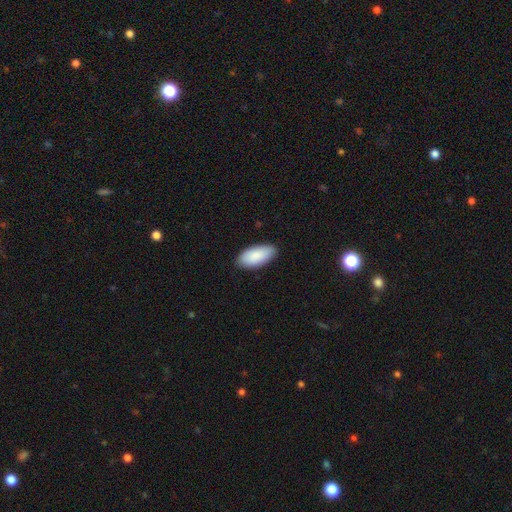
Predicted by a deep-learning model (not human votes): Q: Smooth or featured?
A: smooth (89%); runner-up: featured or disk (6%)
Q: How rounded?
A: in between (93%); runner-up: cigar-shaped (5%)
Q: Merging?
A: none (86%); runner-up: minor disturbance (11%)